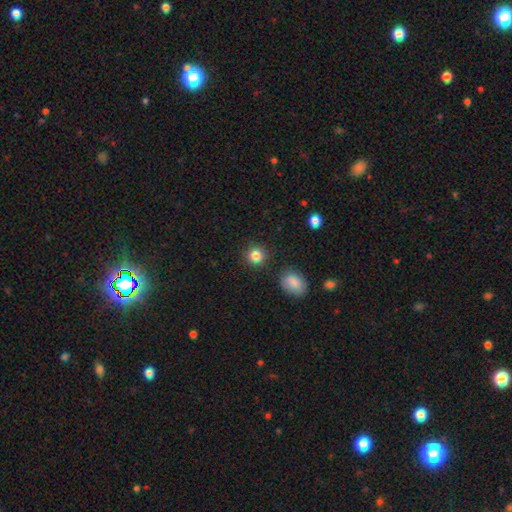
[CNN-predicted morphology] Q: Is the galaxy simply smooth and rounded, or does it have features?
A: smooth — 85%.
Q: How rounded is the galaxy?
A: round — 90%.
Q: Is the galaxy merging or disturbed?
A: none — 87%.